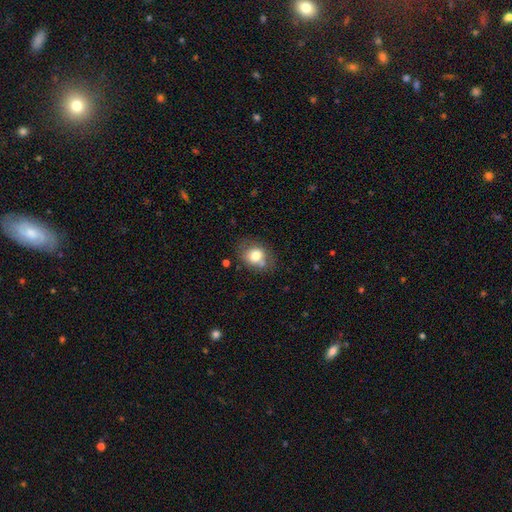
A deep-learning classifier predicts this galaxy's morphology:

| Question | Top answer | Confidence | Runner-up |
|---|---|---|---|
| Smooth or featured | smooth | 75% | featured or disk (17%) |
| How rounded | in between | 53% | round (46%) |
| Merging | none | 62% | minor disturbance (23%) |